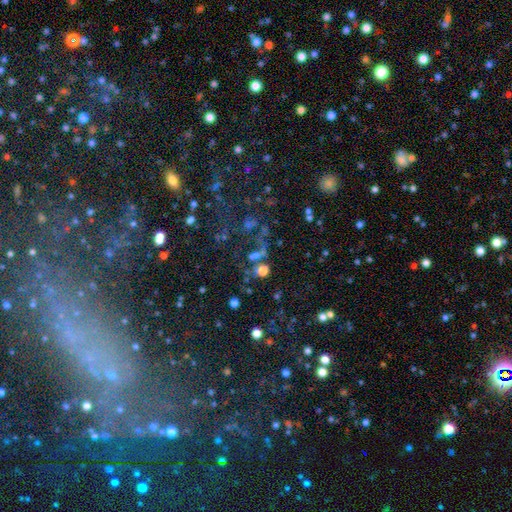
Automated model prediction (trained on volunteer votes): The model was most divided on "smooth or featured" (2-way tie): star or artifact: 42%, smooth: 42%, featured or disk: 16%.